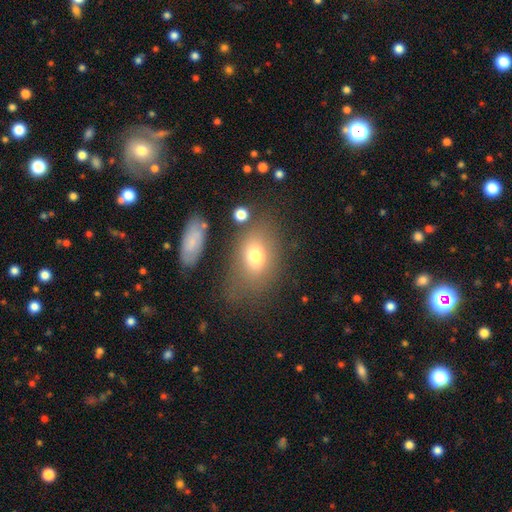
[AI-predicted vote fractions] Smooth or featured?
  - smooth: 71% *
  - featured or disk: 17%
  - star or artifact: 11%
How rounded?
  - in between: 75% *
  - round: 22%
  - cigar-shaped: 3%
Merging?
  - none: 61% *
  - minor disturbance: 20%
  - major disturbance: 12%
  - merger: 7%